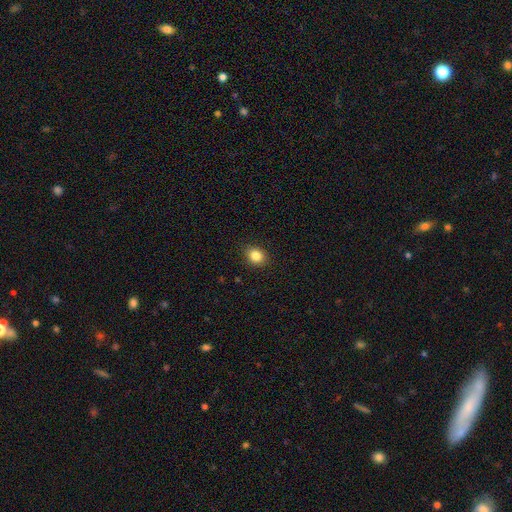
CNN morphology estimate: Overall: smooth (85%). How rounded: round (53%; in between 46%). Merging: none (89%).